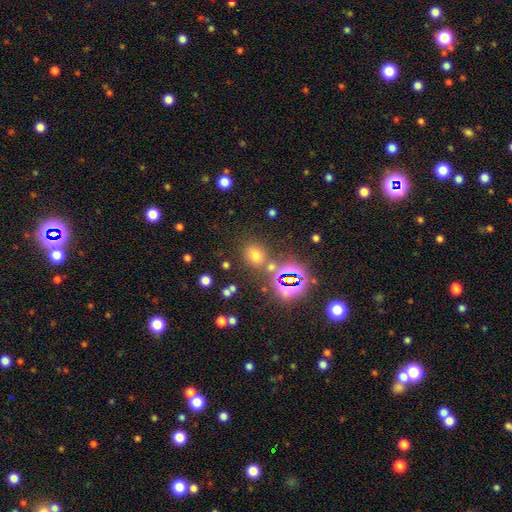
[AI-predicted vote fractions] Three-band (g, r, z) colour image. It shows a smooth galaxy with no disk features (60%) that is round (62%). Merging: none (72%).